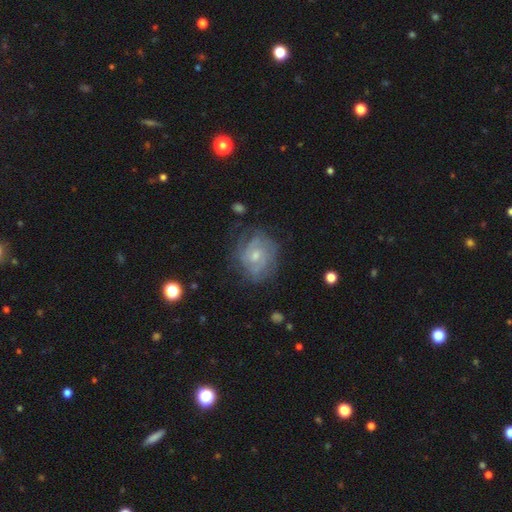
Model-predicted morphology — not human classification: A featured or disk galaxy (77%) with no bar (54%), tight (59%) spiral arms (88%) and a small central bulge (52%).

Vote fractions:
- Smooth or featured? featured or disk: 77% / smooth: 16% / star or artifact: 7%
- Edge-on disk? no: 98% / yes: 2%
- Bar? no: 54% / weak: 40% / strong: 6%
- Spiral arms? yes: 88% / no: 12%
- Spiral winding? tight: 59% / medium: 32% / loose: 9%
- Spiral arm count? can't tell: 40% / 2: 32% / 3: 15% / 4: 6% / 1: 4% / more than 4: 4%
- Bulge size? small: 52% / moderate: 42% / none: 4% / large: 2% / dominant: 1%
- Merging? none: 68% / minor disturbance: 21% / major disturbance: 10% / merger: 2%